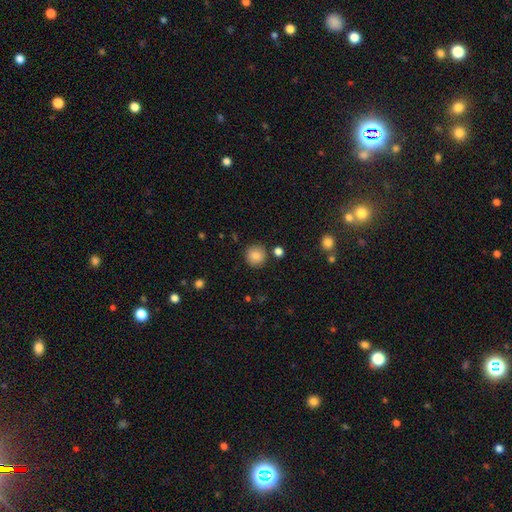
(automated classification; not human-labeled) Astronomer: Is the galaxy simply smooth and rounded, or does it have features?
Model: smooth — 86%.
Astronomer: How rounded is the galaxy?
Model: round — 92%.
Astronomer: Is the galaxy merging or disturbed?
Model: none — 85%.